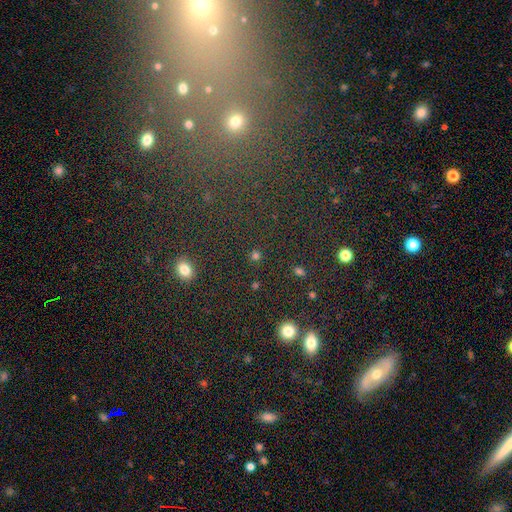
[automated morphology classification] Smooth or featured: smooth — 51% (star or artifact — 40%)
How rounded: round — 76% (in between — 21%)
Merging: none — 87% (minor disturbance — 7%)